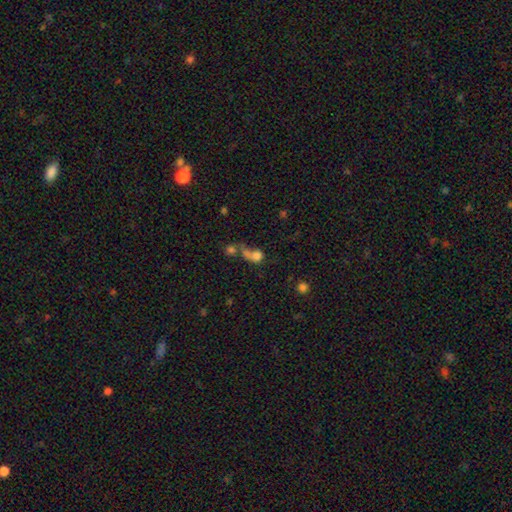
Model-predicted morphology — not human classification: This appears to be a smooth galaxy with no disk features (67%) that is round (58%). Merging: merger (51%).